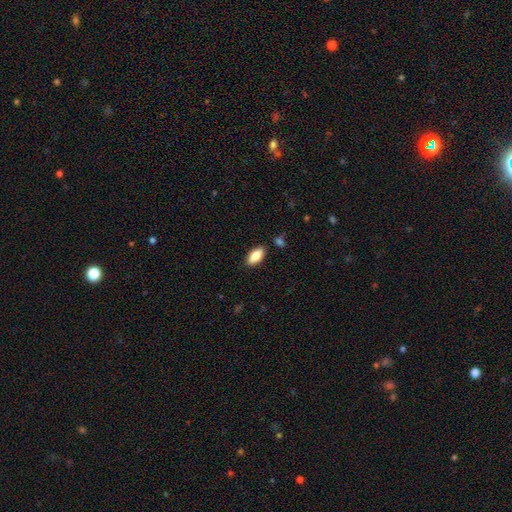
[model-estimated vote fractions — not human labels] Smooth or featured? smooth (85%)
How rounded? in between (90%)
Merging? none (86%)